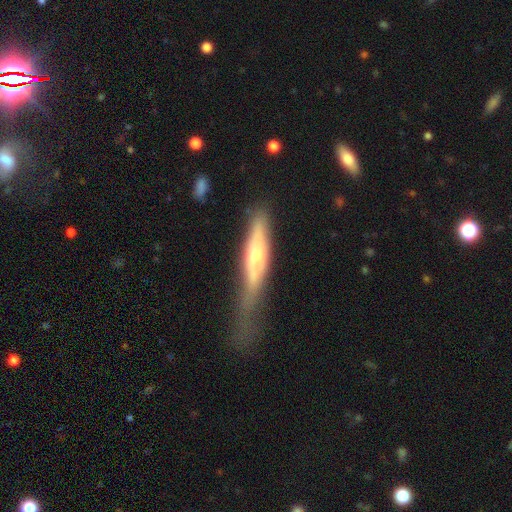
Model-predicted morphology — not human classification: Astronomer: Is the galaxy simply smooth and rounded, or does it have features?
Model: smooth — 47%, tied with featured or disk at 47%.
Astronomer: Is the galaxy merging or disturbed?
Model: minor disturbance — 34% (runner-up: major disturbance, 32%).